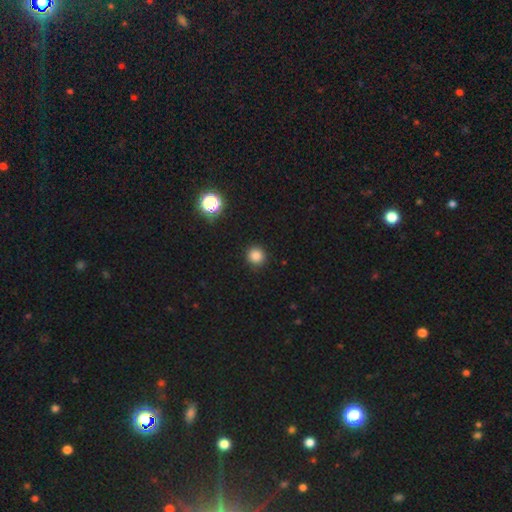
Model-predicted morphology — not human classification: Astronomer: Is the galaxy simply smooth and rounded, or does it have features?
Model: smooth — 83%.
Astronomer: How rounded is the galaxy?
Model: round — 93%.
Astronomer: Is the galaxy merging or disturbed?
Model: none — 91%.